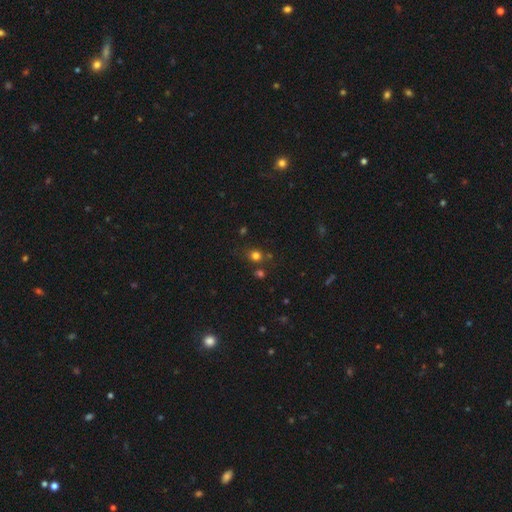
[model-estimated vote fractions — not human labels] smooth-or-featured: smooth: 73% | star or artifact: 20% | featured or disk: 7%
  how-rounded: round: 75% | in between: 23% | cigar-shaped: 1%
  merging: none: 73% | minor disturbance: 12% | merger: 10% | major disturbance: 4%